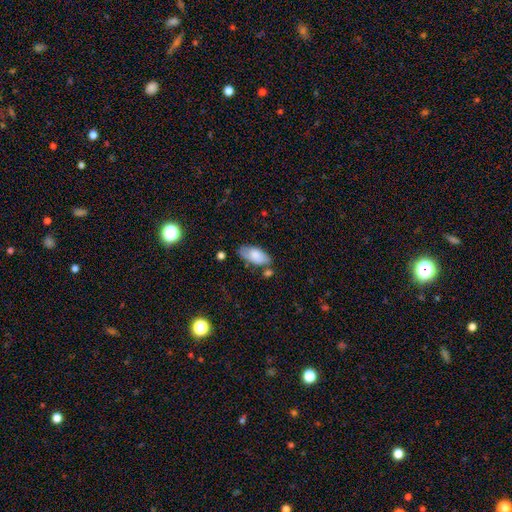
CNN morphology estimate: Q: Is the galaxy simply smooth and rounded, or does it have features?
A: smooth — 79%.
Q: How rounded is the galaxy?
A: in between — 92%.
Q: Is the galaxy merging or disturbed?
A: none — 64%.